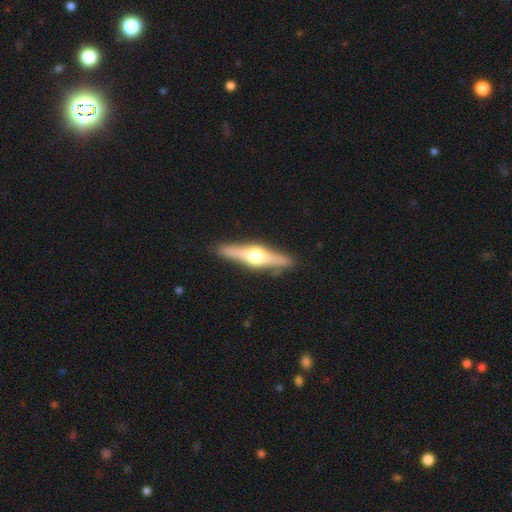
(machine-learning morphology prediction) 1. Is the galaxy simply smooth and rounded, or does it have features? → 69% featured or disk, 26% smooth, 5% star or artifact.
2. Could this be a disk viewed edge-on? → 96% yes, 4% no.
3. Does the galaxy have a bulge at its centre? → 95% rounded, 3% boxy, 2% none.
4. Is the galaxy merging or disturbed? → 90% none, 7% minor disturbance, 2% major disturbance, 1% merger.